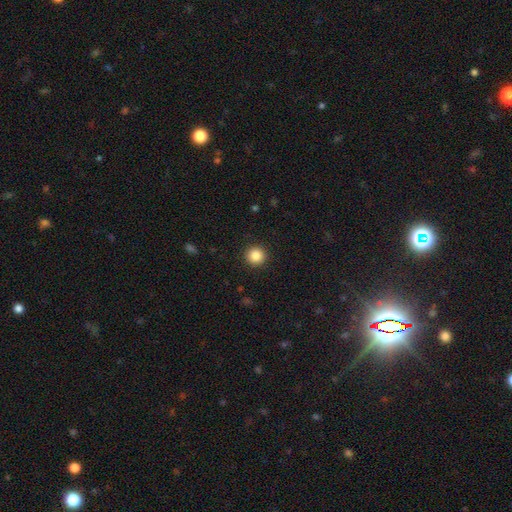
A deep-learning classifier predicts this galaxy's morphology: Overall: smooth (86%). How rounded: round (95%). Merging: none (92%).